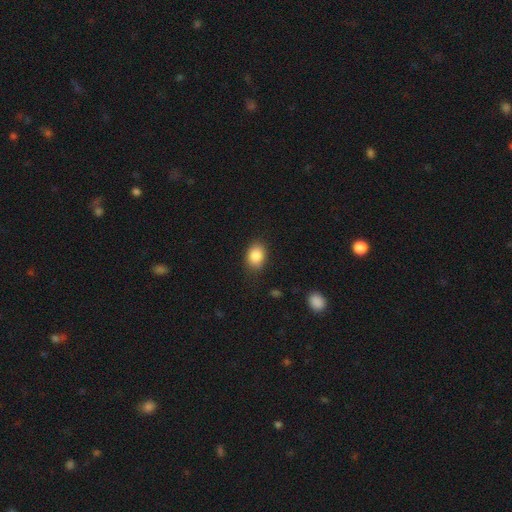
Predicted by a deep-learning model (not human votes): smooth-or-featured: smooth: 86% | star or artifact: 8% | featured or disk: 6%
  how-rounded: in between: 68% | round: 31% | cigar-shaped: 1%
  merging: none: 82% | minor disturbance: 14% | major disturbance: 3% | merger: 1%